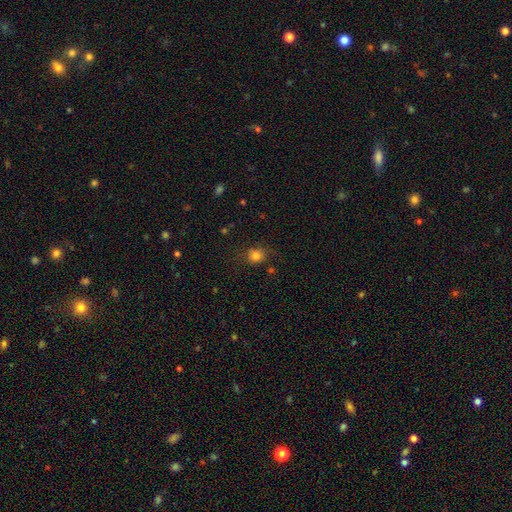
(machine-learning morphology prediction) This appears to be a smooth galaxy with no disk features (81%) that is round (82%). Merging: none (76%).